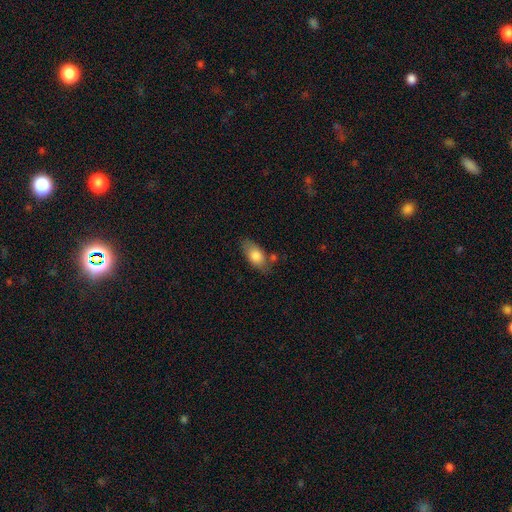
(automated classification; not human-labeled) Smooth or featured? smooth (79%)
How rounded? in between (87%)
Merging? none (64%)